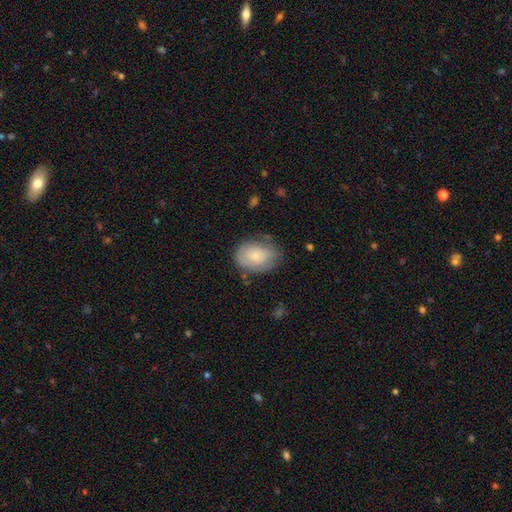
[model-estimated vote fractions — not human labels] A smooth galaxy with no disk features (67%) that is in between round and cigar-shaped (78%).

Vote fractions:
- Smooth or featured? smooth: 67% / featured or disk: 26% / star or artifact: 7%
- How rounded? in between: 78% / round: 21% / cigar-shaped: 1%
- Merging? none: 68% / minor disturbance: 23% / major disturbance: 7% / merger: 2%